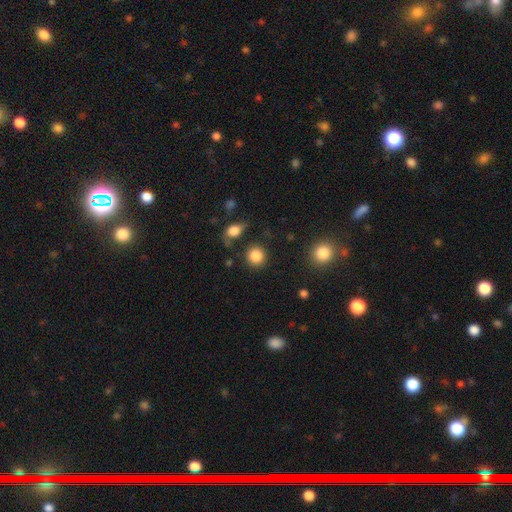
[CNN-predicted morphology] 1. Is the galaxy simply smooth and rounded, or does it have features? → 86% smooth, 10% star or artifact, 5% featured or disk.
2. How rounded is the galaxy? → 89% round, 10% in between, 1% cigar-shaped.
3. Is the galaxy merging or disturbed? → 83% none, 9% minor disturbance, 4% merger, 4% major disturbance.